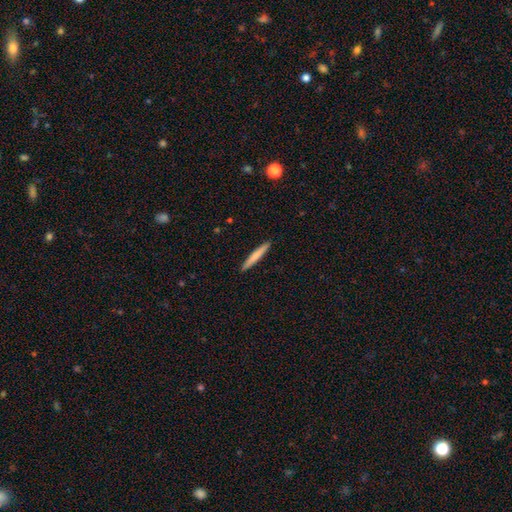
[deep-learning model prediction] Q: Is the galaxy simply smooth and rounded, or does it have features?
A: smooth — 73%.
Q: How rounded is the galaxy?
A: cigar-shaped — 96%.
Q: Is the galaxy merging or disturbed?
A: none — 92%.